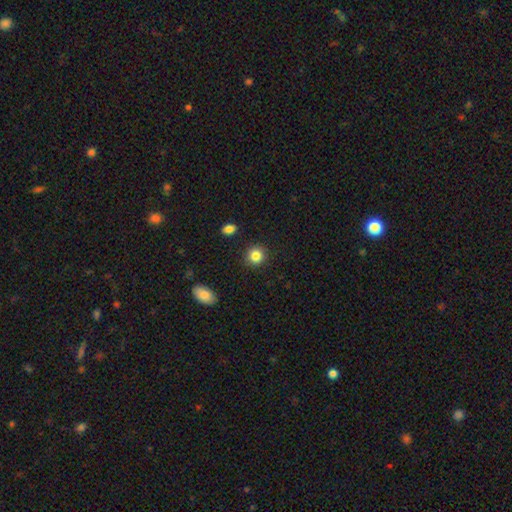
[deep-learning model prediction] The model was most divided on "smooth or featured": smooth: 85%, star or artifact: 10%, featured or disk: 5%. More confident: merging — none (90%); how rounded — round (89%).